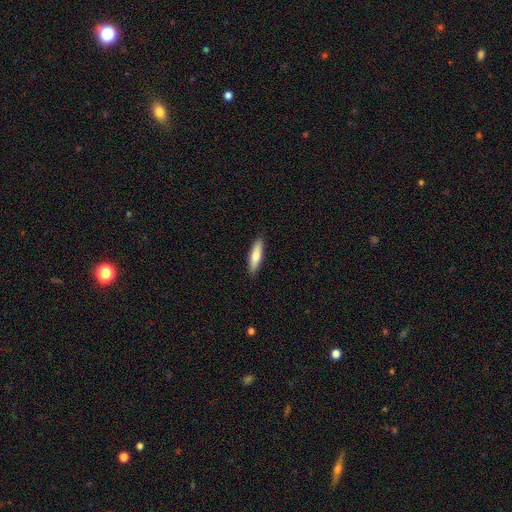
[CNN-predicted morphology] Smooth or featured? smooth (72%)
How rounded? cigar-shaped (71%)
Merging? none (90%)